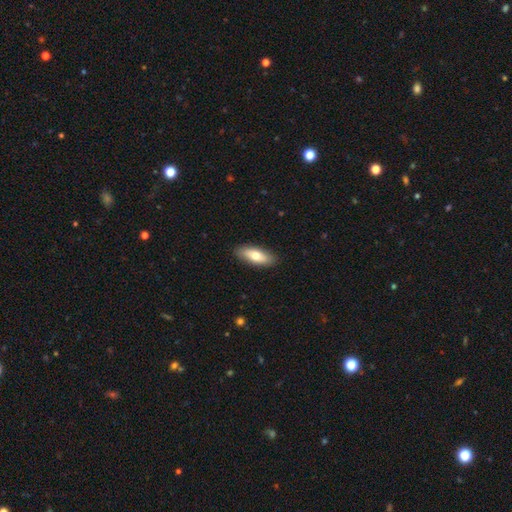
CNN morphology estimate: Smooth or featured?
  - smooth: 71% *
  - featured or disk: 24%
  - star or artifact: 6%
How rounded?
  - in between: 71% *
  - cigar-shaped: 27%
  - round: 3%
Merging?
  - none: 89% *
  - minor disturbance: 8%
  - major disturbance: 2%
  - merger: 1%